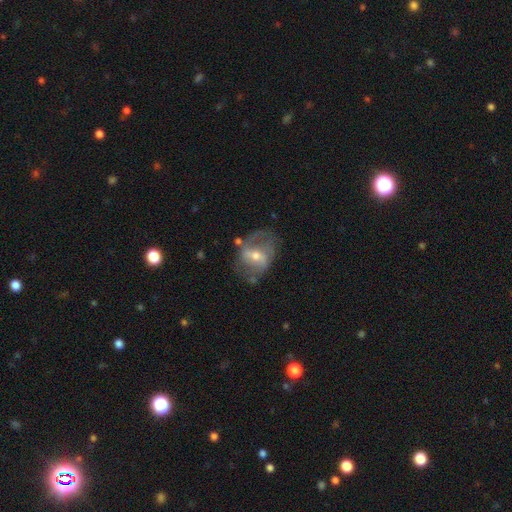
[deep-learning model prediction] smooth_or_featured: featured or disk (p=0.68) [alt: smooth p=0.25]
disk_edge_on: no (p=0.95) [alt: yes p=0.05]
bar: weak (p=0.43) [alt: strong p=0.35]
has_spiral_arms: yes (p=0.66) [alt: no p=0.34]
bulge_size: moderate (p=0.59) [alt: small p=0.34]
merging: none (p=0.54) [alt: minor disturbance p=0.23]